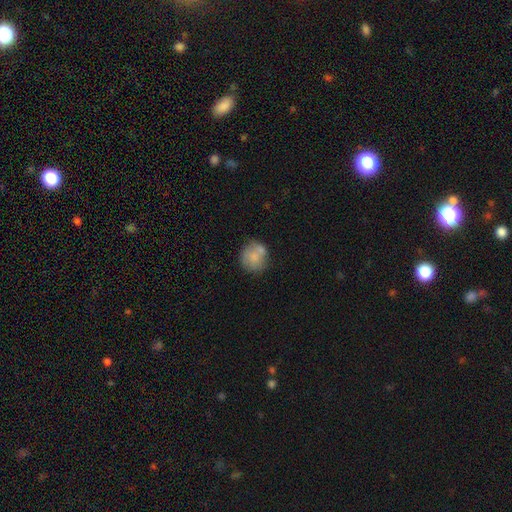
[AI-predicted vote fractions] smooth-or-featured: smooth: 73% | featured or disk: 20% | star or artifact: 8%
  how-rounded: round: 86% | in between: 13% | cigar-shaped: 1%
  merging: none: 53% | merger: 24% | minor disturbance: 17% | major disturbance: 6%